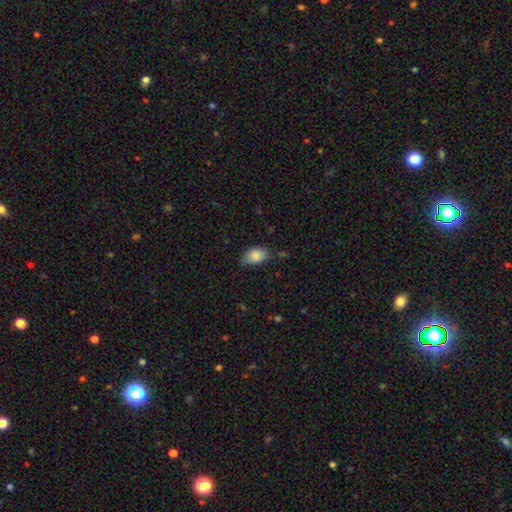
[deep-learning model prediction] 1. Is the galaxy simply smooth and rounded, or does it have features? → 86% smooth, 7% star or artifact, 7% featured or disk.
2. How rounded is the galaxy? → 87% in between, 11% round, 1% cigar-shaped.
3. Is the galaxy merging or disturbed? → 69% none, 25% minor disturbance, 5% major disturbance, 2% merger.